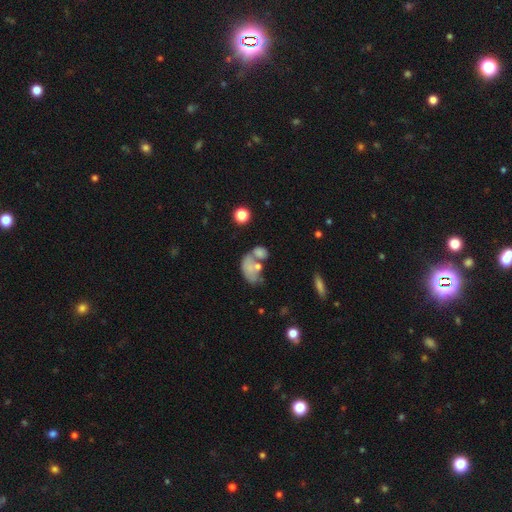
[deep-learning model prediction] A smooth galaxy with no disk features (58%) that is in between round and cigar-shaped (70%). Merging: merger (40%).